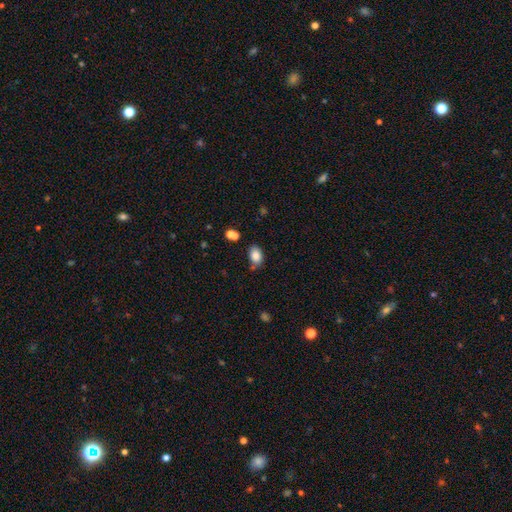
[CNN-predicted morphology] Overall: smooth (84%). How rounded: in between (85%). Merging: none (71%).